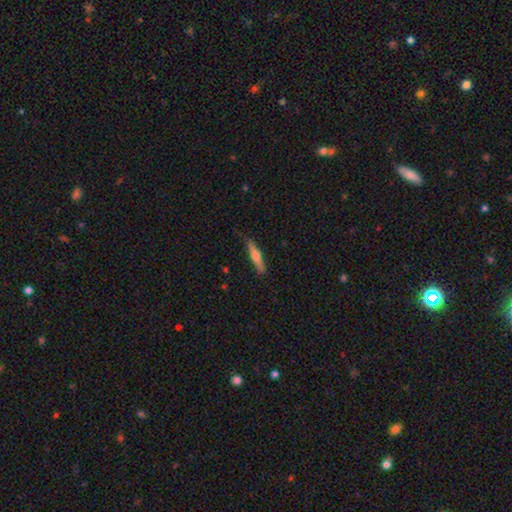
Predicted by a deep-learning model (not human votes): This is possibly a smooth galaxy (55%). How rounded: clearly cigar-shaped (87%). Merging: likely none (80%).